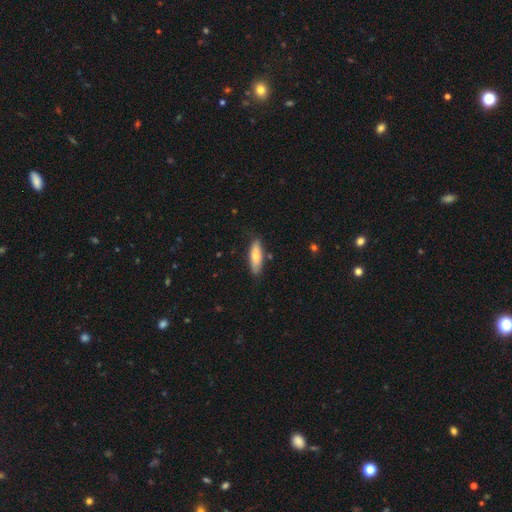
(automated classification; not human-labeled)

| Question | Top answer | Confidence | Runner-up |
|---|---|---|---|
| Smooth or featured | smooth | 73% | featured or disk (21%) |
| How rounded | in between | 50% | cigar-shaped (49%) |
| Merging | none | 81% | minor disturbance (14%) |